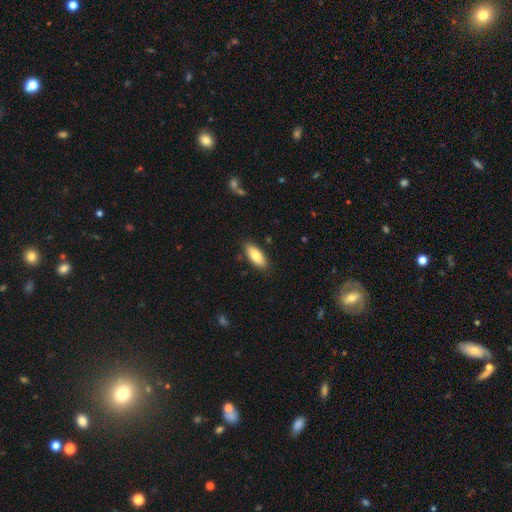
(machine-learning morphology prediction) The model was most divided on "how rounded": in between: 80%, cigar-shaped: 18%, round: 2%. More confident: merging — none (86%); smooth or featured — smooth (82%).